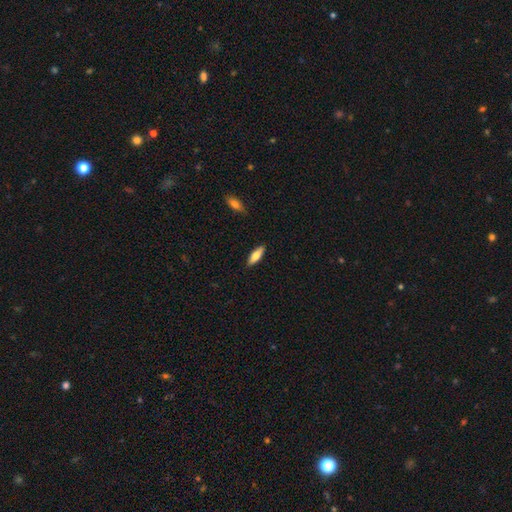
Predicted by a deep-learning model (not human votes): Smooth or featured?
  - smooth: 71% *
  - featured or disk: 23%
  - star or artifact: 6%
How rounded?
  - in between: 59% *
  - cigar-shaped: 39%
  - round: 2%
Merging?
  - none: 89% *
  - minor disturbance: 9%
  - major disturbance: 2%
  - merger: 1%